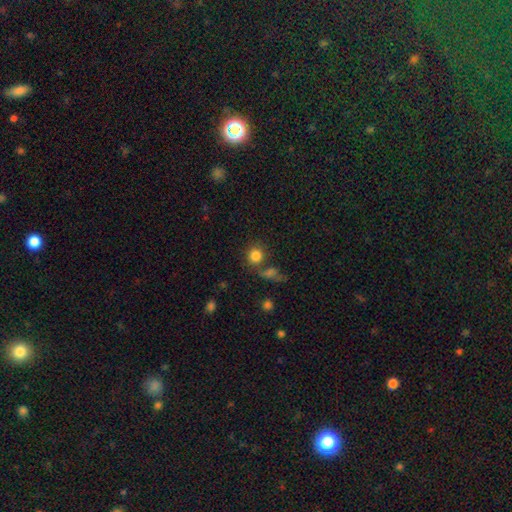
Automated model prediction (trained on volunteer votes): Morphology: type=smooth (82%); roundness=round (87%); merging=none (66%).